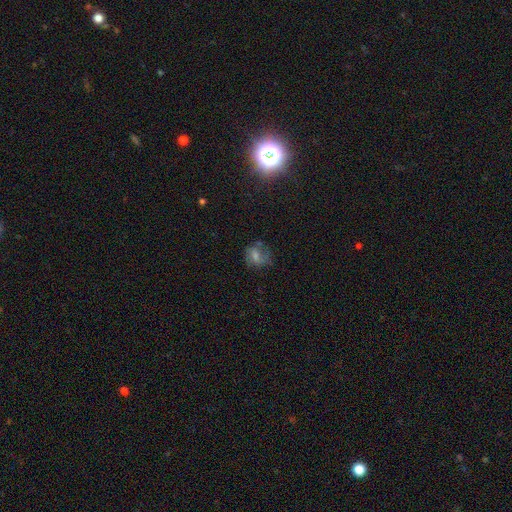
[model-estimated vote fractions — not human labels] Q: Smooth or featured?
A: featured or disk (36%); runner-up: smooth (35%)
Q: Merging?
A: none (63%); runner-up: minor disturbance (21%)